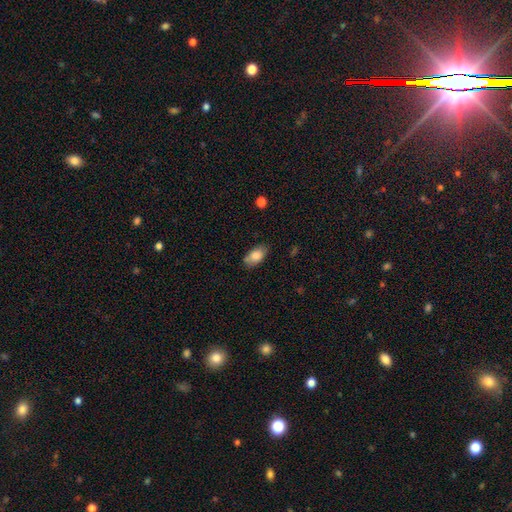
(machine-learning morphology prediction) A smooth galaxy with no disk features (82%) that is in between round and cigar-shaped (91%). Merging: none (73%).